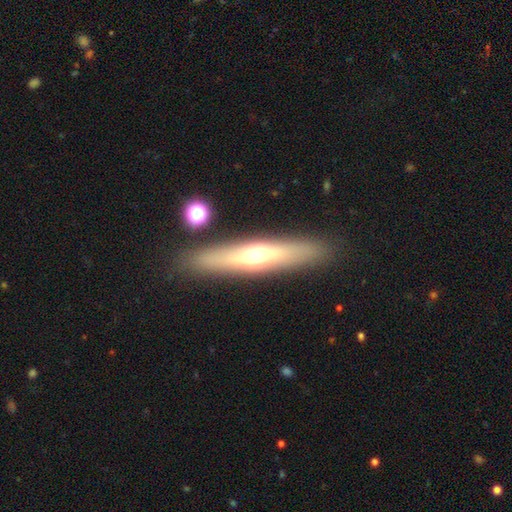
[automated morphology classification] featured or disk 53%, smooth 40%, star or artifact 7%. Down the decision tree: edge-on disk — yes (84%); merging — none (86%).